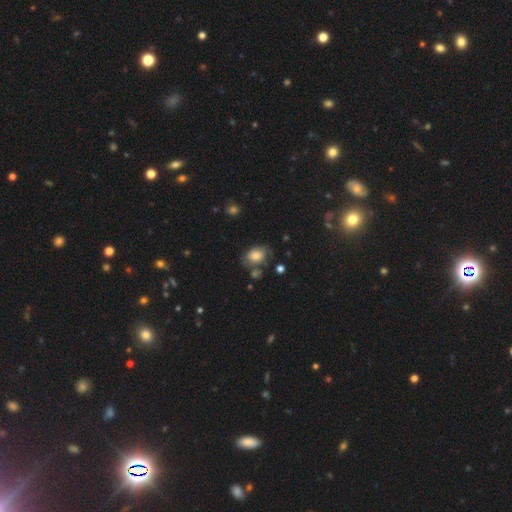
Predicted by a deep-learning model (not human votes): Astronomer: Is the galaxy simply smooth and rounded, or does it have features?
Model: smooth — 70%.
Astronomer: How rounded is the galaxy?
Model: in between — 76%.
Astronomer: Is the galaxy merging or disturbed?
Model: none — 54%.